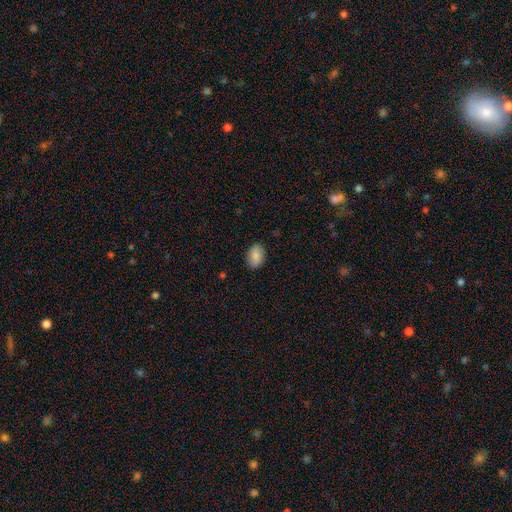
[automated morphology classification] Smooth or featured? Predicted: smooth (p=0.83). How rounded? Predicted: in between (p=0.86). Merging? Predicted: none (p=0.87).